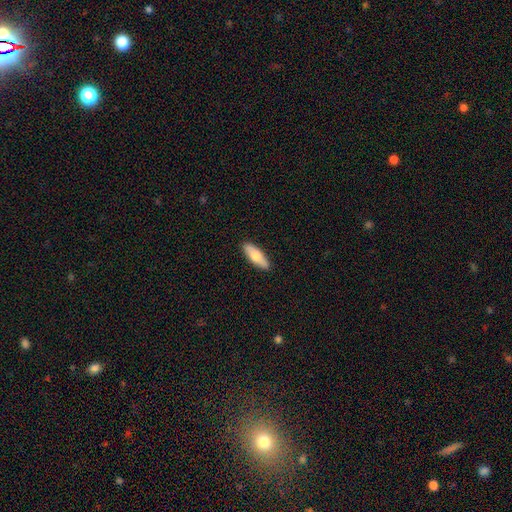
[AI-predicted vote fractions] Smooth or featured? smooth (73%)
How rounded? in between (55%)
Merging? none (89%)